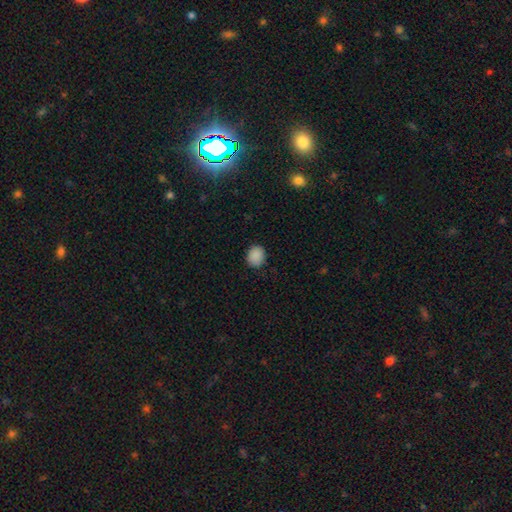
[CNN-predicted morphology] smooth_or_featured: smooth (p=0.89) [alt: star or artifact p=0.09]
how_rounded: round (p=0.64) [alt: in between p=0.35]
merging: none (p=0.87) [alt: minor disturbance p=0.10]